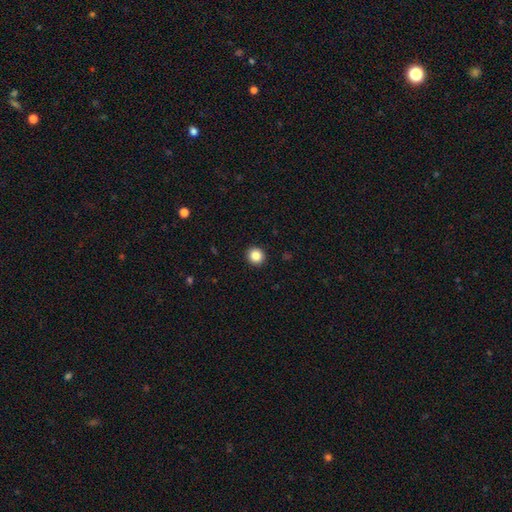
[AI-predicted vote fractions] Smooth or featured? smooth (86%)
How rounded? round (94%)
Merging? none (93%)